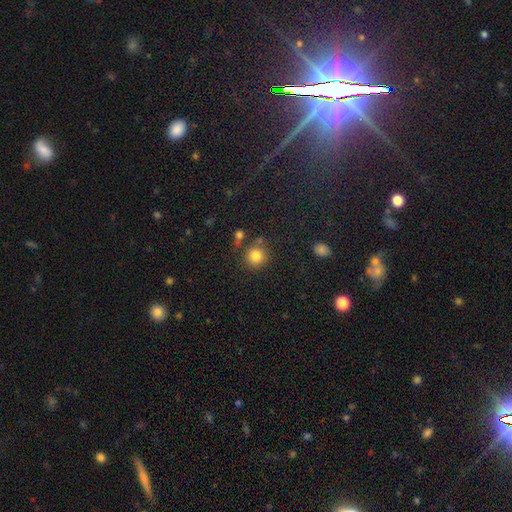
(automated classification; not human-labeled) Smooth or featured? Predicted: smooth (p=0.82). How rounded? Predicted: round (p=0.91). Merging? Predicted: none (p=0.76).